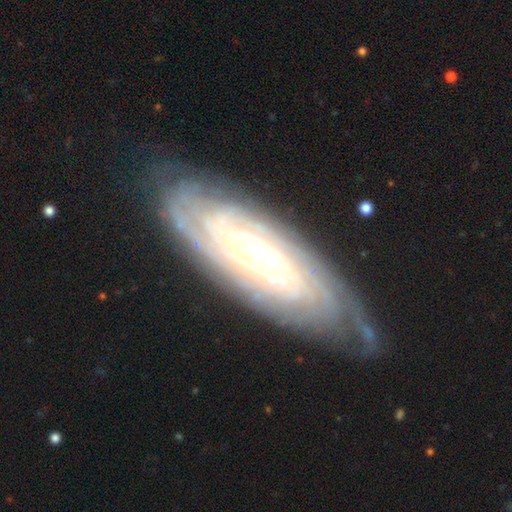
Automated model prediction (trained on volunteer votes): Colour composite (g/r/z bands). It shows a featured or disk galaxy (85%) with no bar (60%), tight (83%) spiral arms (96%) and a moderate central bulge (49%). Merging: none (77%).